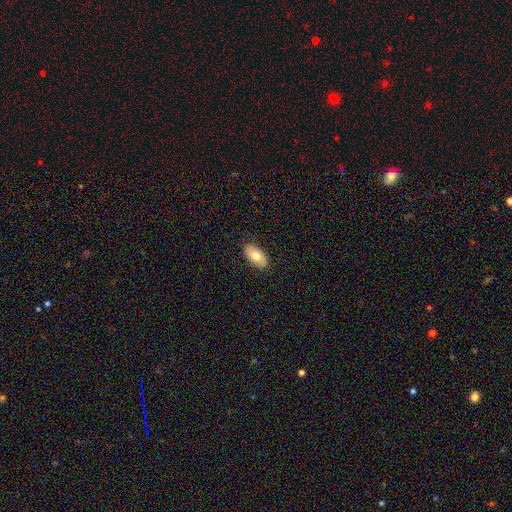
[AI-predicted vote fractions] Smooth or featured? smooth (75%)
How rounded? in between (94%)
Merging? none (85%)